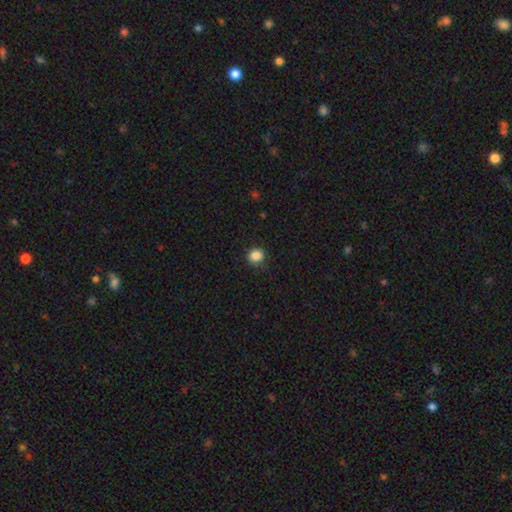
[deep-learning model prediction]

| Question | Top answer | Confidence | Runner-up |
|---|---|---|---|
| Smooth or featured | smooth | 86% | star or artifact (11%) |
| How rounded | round | 89% | in between (10%) |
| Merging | none | 84% | minor disturbance (12%) |